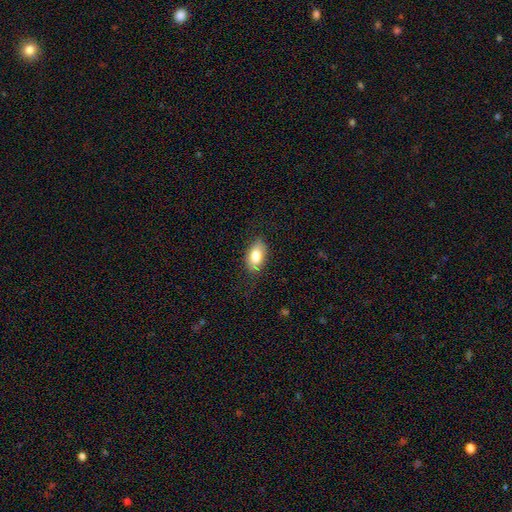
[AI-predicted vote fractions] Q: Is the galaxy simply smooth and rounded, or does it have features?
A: smooth — 80%.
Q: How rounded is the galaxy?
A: in between — 91%.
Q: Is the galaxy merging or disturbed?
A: none — 78%.